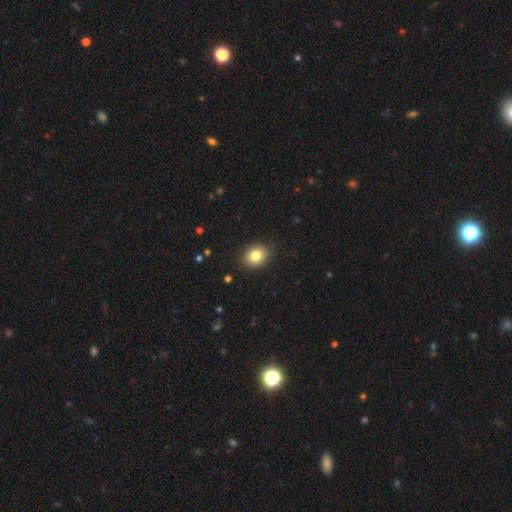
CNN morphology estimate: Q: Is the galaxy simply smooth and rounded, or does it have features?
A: smooth — 82%.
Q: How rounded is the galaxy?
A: round — 59%.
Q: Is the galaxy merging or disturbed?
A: none — 86%.